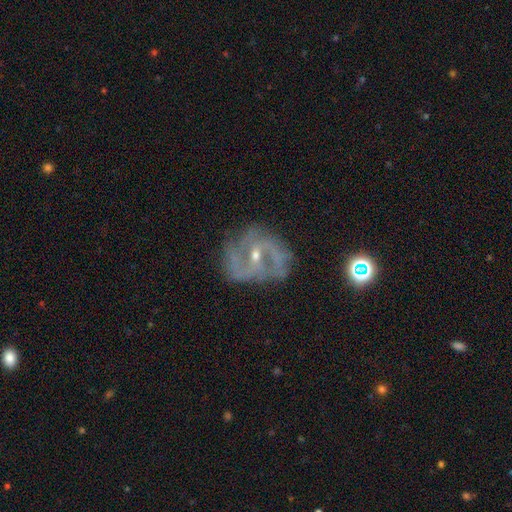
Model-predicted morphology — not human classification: Smooth or featured? Predicted: featured or disk (p=0.85). Edge-on disk? Predicted: no (p=0.97). Bar? Predicted: weak (p=0.44). Spiral arms? Predicted: yes (p=0.93). Spiral winding? Predicted: medium (p=0.50). Spiral arm count? Predicted: 2 (p=0.67). Bulge size? Predicted: small (p=0.59). Merging? Predicted: none (p=0.64).